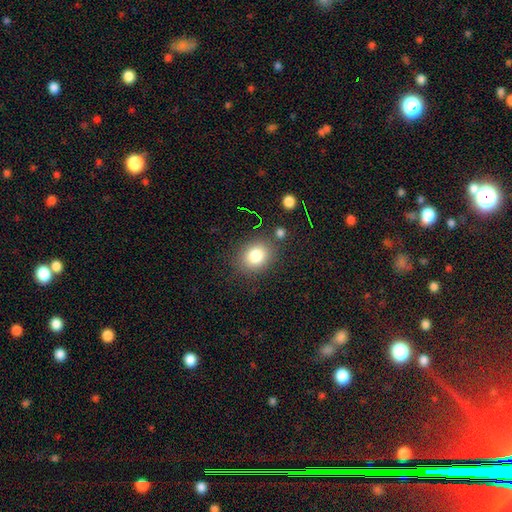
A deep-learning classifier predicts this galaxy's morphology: Smooth or featured?
  - smooth: 81% *
  - star or artifact: 12%
  - featured or disk: 8%
How rounded?
  - round: 58% *
  - in between: 42%
  - cigar-shaped: 1%
Merging?
  - none: 81% *
  - minor disturbance: 11%
  - merger: 4%
  - major disturbance: 4%